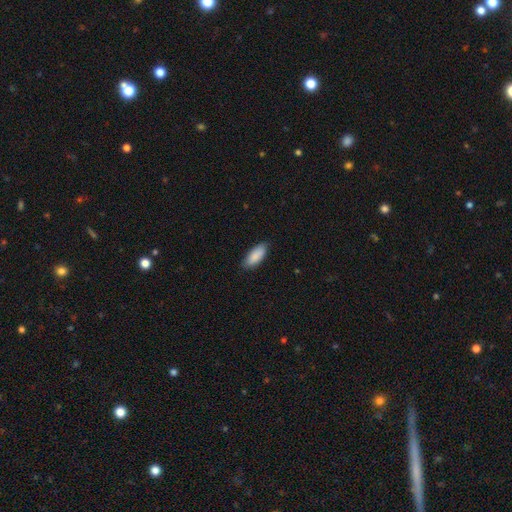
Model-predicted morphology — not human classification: Smooth or featured? smooth (90%)
How rounded? in between (82%)
Merging? none (85%)